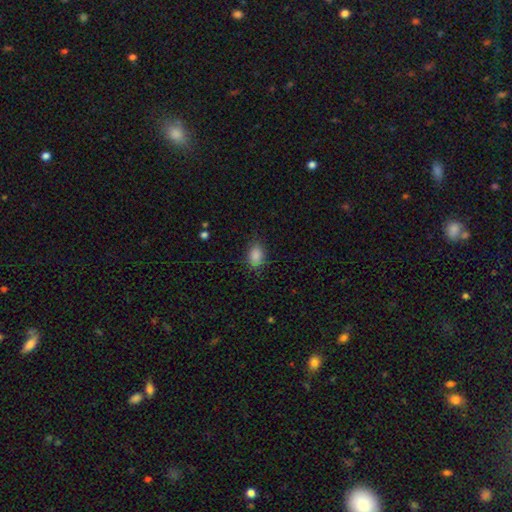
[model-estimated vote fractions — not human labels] smooth-or-featured: smooth: 88% | star or artifact: 8% | featured or disk: 4%
  how-rounded: in between: 87% | round: 11% | cigar-shaped: 2%
  merging: none: 82% | minor disturbance: 13% | major disturbance: 3% | merger: 1%